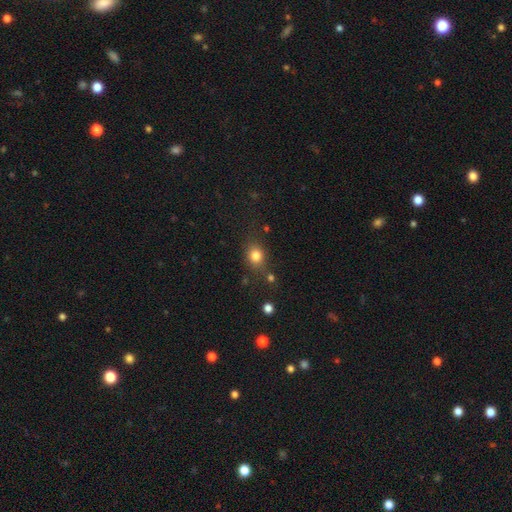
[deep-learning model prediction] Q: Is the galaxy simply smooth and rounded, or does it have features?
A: smooth — 81%.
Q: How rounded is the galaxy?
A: round — 66%.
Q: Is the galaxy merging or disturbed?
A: none — 73%.